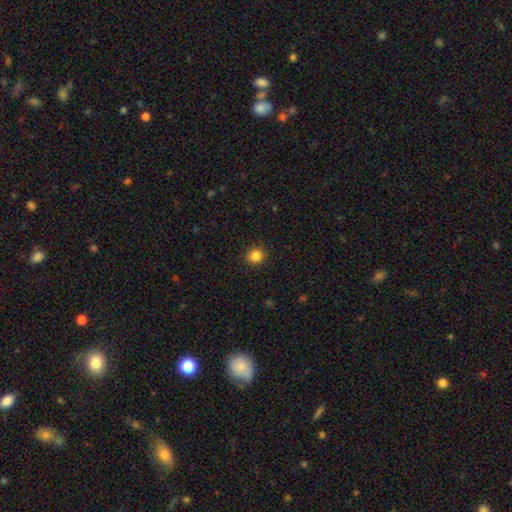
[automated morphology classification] A smooth galaxy with no disk features (85%) that is round (90%).

Vote fractions:
- Smooth or featured? smooth: 85% / star or artifact: 11% / featured or disk: 4%
- How rounded? round: 90% / in between: 9% / cigar-shaped: 1%
- Merging? none: 92% / minor disturbance: 5% / major disturbance: 2% / merger: 1%